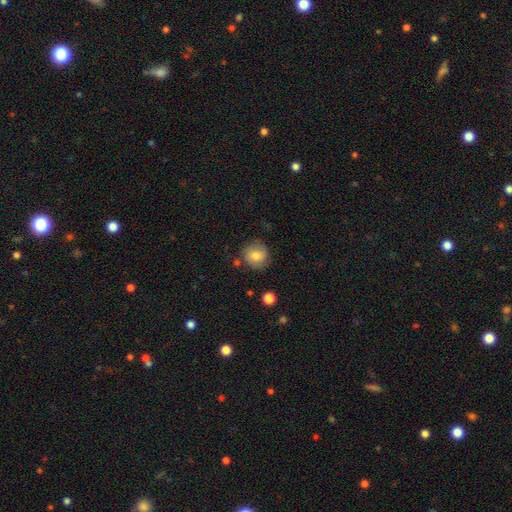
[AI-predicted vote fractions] Smooth or featured?
  - smooth: 73% *
  - featured or disk: 18%
  - star or artifact: 9%
How rounded?
  - round: 86% *
  - in between: 13%
  - cigar-shaped: 1%
Merging?
  - none: 77% *
  - minor disturbance: 15%
  - major disturbance: 4%
  - merger: 3%